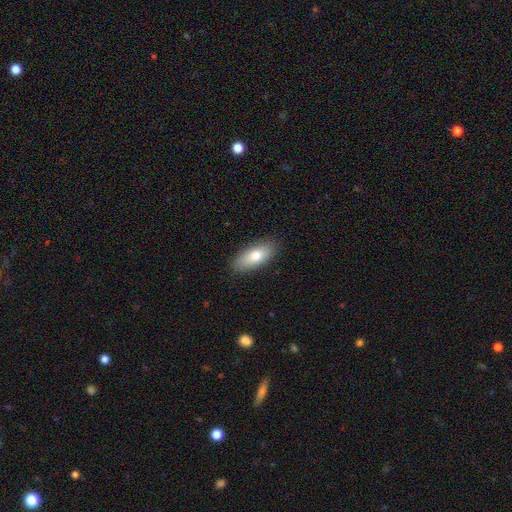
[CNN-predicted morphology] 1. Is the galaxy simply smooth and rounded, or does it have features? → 77% smooth, 16% featured or disk, 6% star or artifact.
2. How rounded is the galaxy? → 83% in between, 15% cigar-shaped, 3% round.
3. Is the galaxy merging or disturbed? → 87% none, 10% minor disturbance, 2% major disturbance, 1% merger.